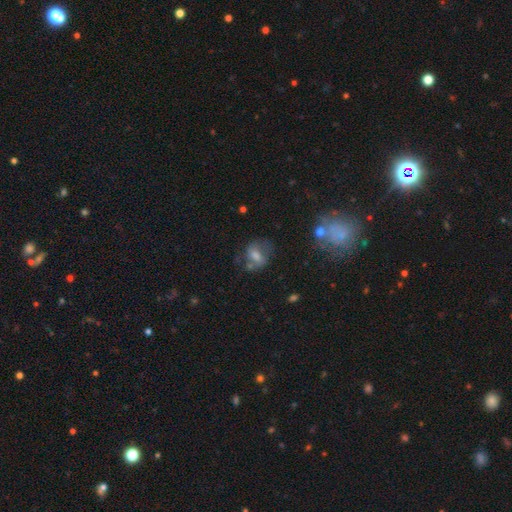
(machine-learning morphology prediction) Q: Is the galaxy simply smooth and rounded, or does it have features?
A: smooth — 53%.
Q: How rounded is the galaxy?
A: in between — 65%.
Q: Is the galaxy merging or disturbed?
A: none — 49%.